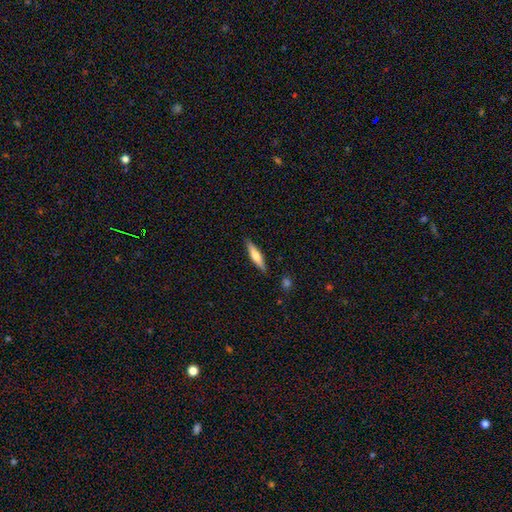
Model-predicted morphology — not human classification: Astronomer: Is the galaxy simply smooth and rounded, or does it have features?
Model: smooth — 58% (runner-up: featured or disk, 36%).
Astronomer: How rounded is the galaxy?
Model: cigar-shaped — 81%.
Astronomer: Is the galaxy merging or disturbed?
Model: none — 87%.